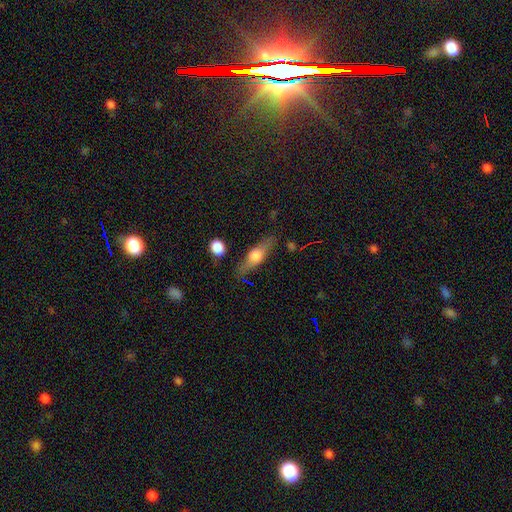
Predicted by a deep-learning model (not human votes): Q: Smooth or featured?
A: featured or disk (51%); runner-up: smooth (42%)
Q: Edge-on disk?
A: yes (90%); runner-up: no (10%)
Q: Merging?
A: none (79%); runner-up: minor disturbance (14%)